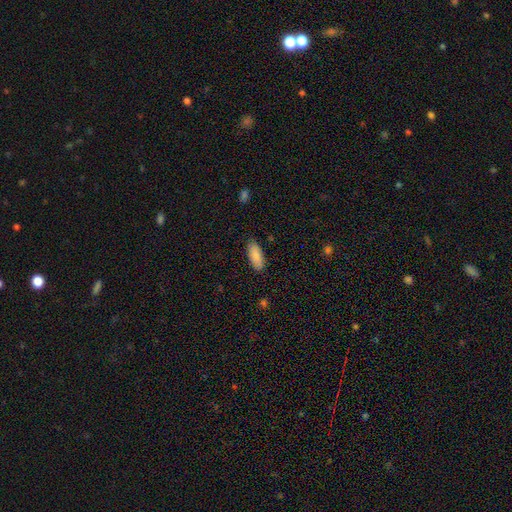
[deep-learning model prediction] smooth-or-featured: smooth: 88% | featured or disk: 6% | star or artifact: 6%
  how-rounded: in between: 80% | cigar-shaped: 18% | round: 2%
  merging: none: 87% | minor disturbance: 10% | major disturbance: 2% | merger: 1%